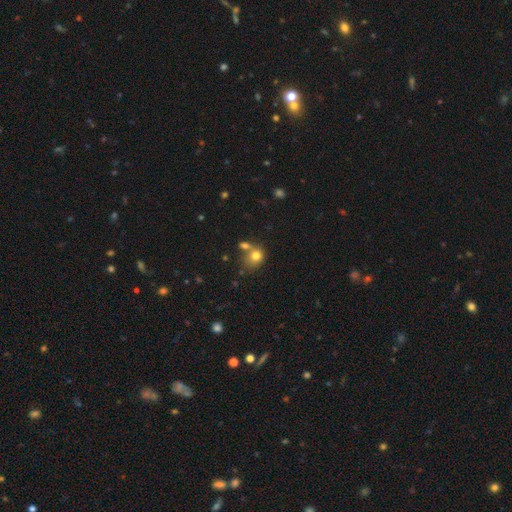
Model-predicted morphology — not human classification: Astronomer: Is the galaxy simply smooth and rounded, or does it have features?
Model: smooth — 77%.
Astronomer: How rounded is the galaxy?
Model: round — 62% (runner-up: in between, 37%).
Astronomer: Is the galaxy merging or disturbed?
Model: none — 40% (runner-up: merger, 37%).